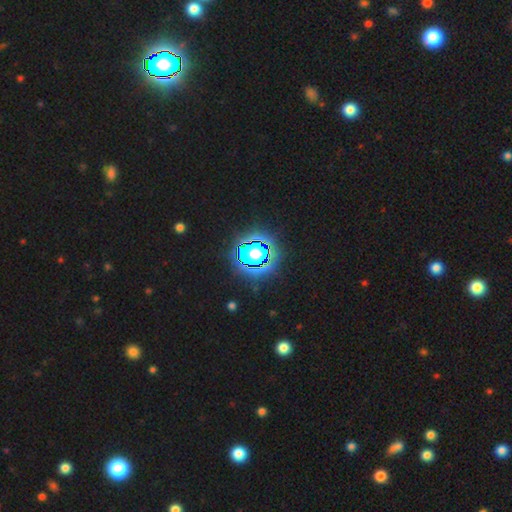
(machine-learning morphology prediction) A star or artifact, not a galaxy (80%).

Vote fractions:
- Smooth or featured? star or artifact: 80% / smooth: 12% / featured or disk: 7%